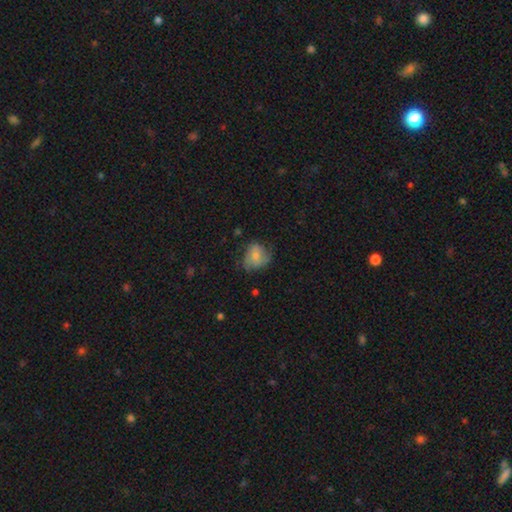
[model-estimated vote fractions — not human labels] This is likely a smooth galaxy (62%). How rounded: possibly round (57%). Merging: possibly none (51%).